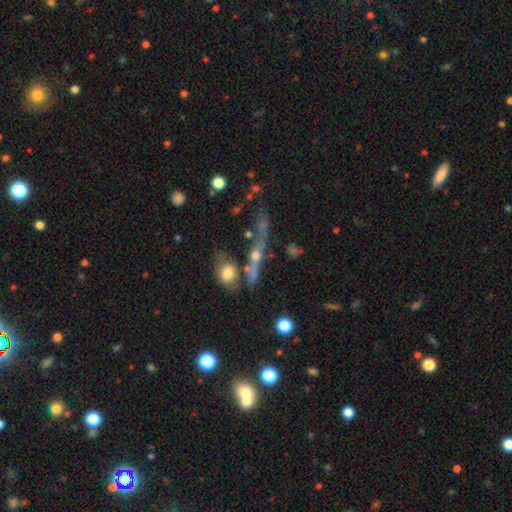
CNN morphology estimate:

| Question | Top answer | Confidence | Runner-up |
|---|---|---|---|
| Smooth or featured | featured or disk | 42% | smooth (33%) |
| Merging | none | 42% | merger (30%) |